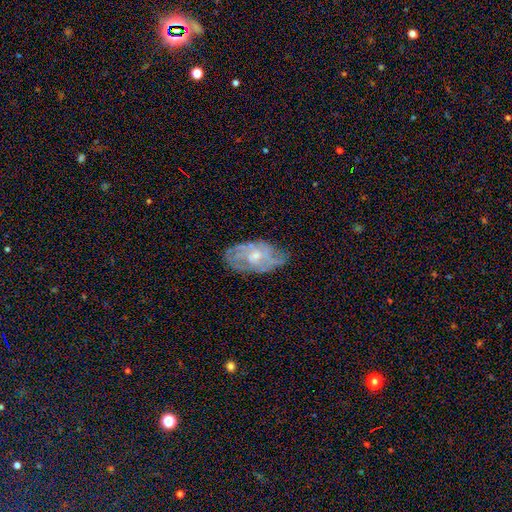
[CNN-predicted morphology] Smooth or featured? Predicted: featured or disk (p=0.71). Edge-on disk? Predicted: no (p=0.94). Bar? Predicted: no (p=0.73). Spiral arms? Predicted: yes (p=0.74). Bulge size? Predicted: moderate (p=0.50). Merging? Predicted: none (p=0.58).